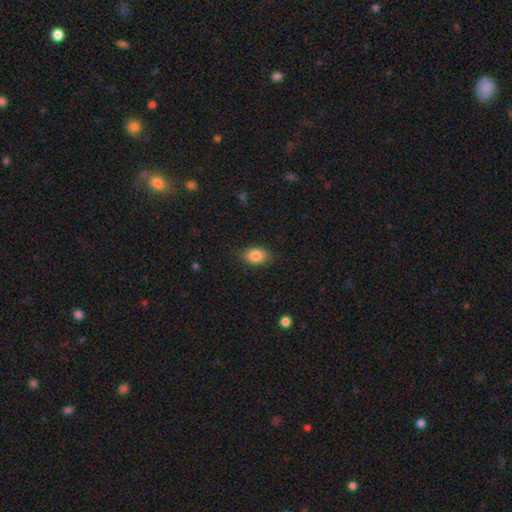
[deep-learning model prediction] smooth 86%, star or artifact 8%, featured or disk 6%. Down the decision tree: how rounded — in between (81%); merging — none (83%).